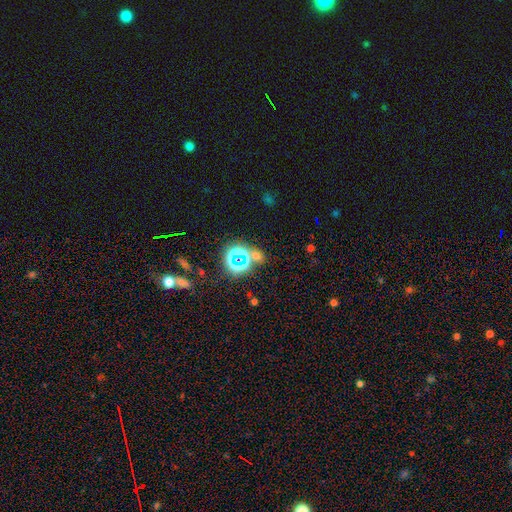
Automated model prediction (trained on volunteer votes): smooth-or-featured: star or artifact: 53% | smooth: 38% | featured or disk: 9%